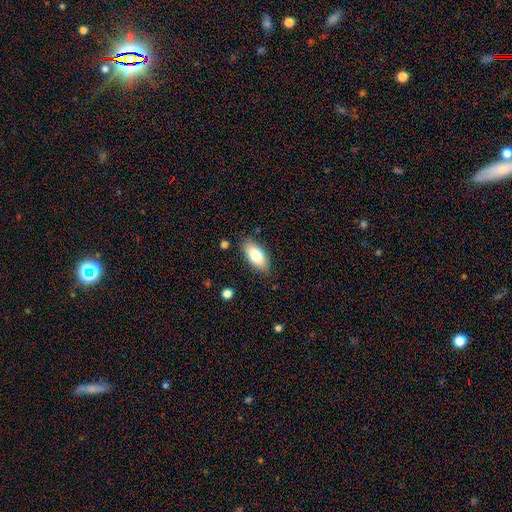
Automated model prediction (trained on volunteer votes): This appears to be a smooth galaxy with no disk features (78%) that is in between round and cigar-shaped (87%). Merging: none (86%).